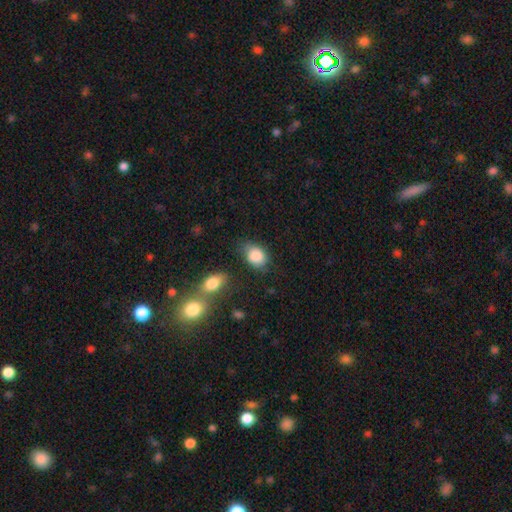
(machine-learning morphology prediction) The model was most divided on "merging": none: 60%, minor disturbance: 26%, merger: 7%, major disturbance: 7%. More confident: smooth or featured — smooth (87%); how rounded — in between (69%).